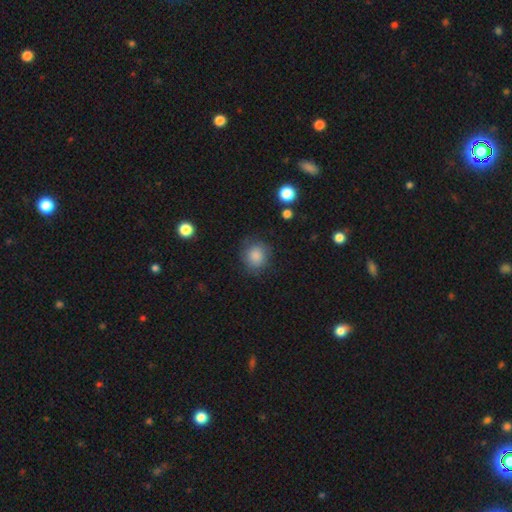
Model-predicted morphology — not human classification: smooth-or-featured: smooth: 85% | star or artifact: 9% | featured or disk: 6%
  how-rounded: round: 84% | in between: 15% | cigar-shaped: 1%
  merging: none: 79% | minor disturbance: 14% | major disturbance: 5% | merger: 2%